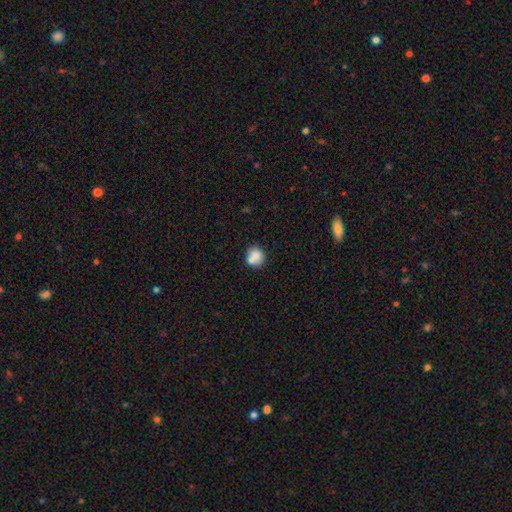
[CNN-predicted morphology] Overall: smooth (78%). How rounded: round (83%). Merging: none (56%; merger 28%).